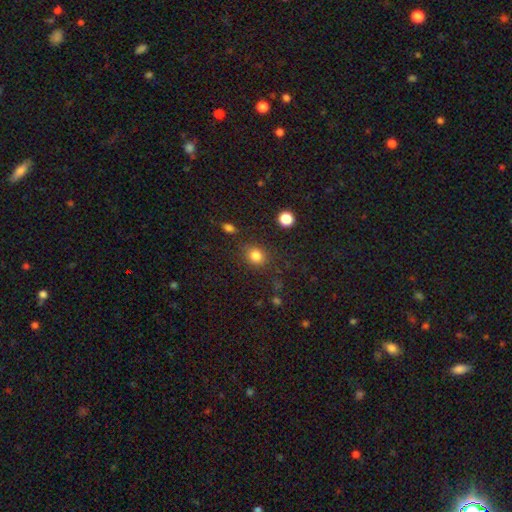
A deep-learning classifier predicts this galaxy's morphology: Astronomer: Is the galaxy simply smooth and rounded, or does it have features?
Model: smooth — 83%.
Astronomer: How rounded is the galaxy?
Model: round — 71%.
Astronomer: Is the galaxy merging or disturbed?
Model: none — 82%.